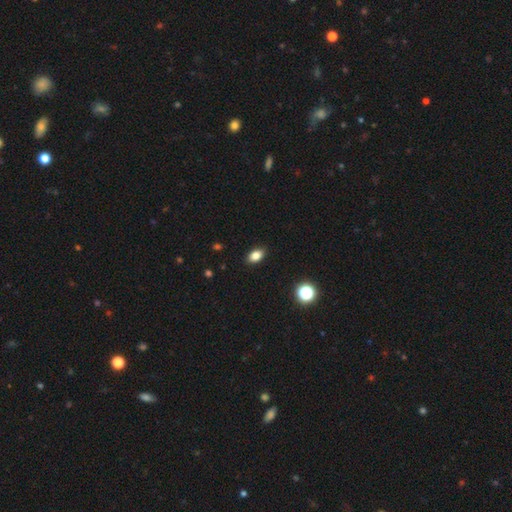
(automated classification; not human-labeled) This is clearly a smooth galaxy (83%). How rounded: clearly in between (86%). Merging: clearly none (89%).